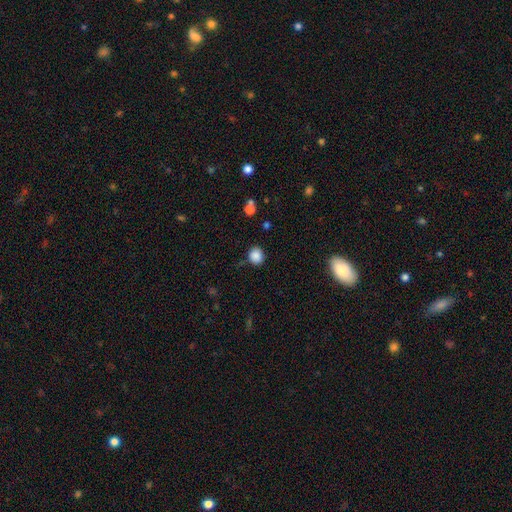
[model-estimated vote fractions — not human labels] smooth_or_featured: smooth (p=0.86) [alt: star or artifact p=0.10]
how_rounded: round (p=0.74) [alt: in between p=0.26]
merging: none (p=0.81) [alt: minor disturbance p=0.13]